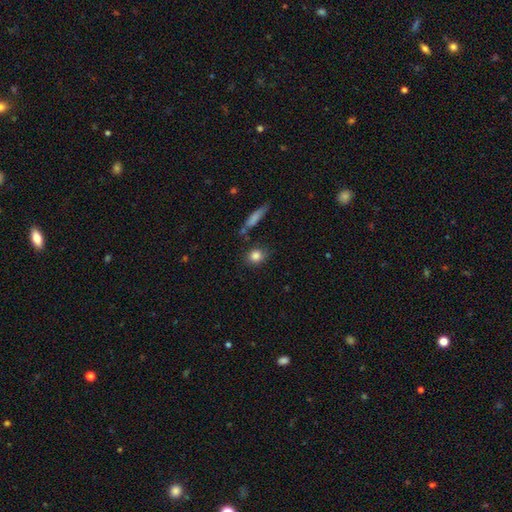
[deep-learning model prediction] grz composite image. It shows a smooth galaxy with no disk features (84%) that is round (66%). Merging: none (75%).